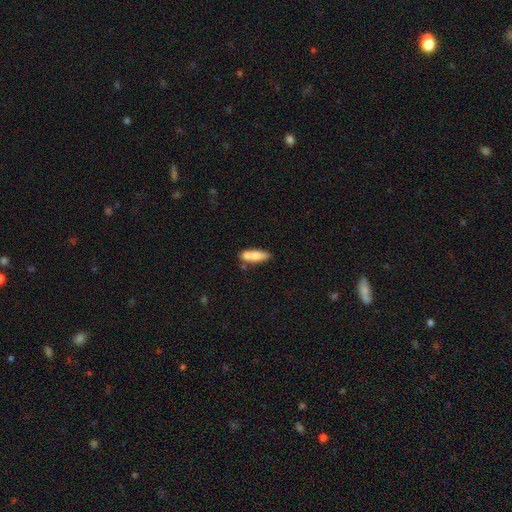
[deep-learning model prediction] Smooth or featured?
  - smooth: 72% *
  - featured or disk: 21%
  - star or artifact: 7%
How rounded?
  - in between: 52% *
  - cigar-shaped: 45%
  - round: 3%
Merging?
  - none: 49% *
  - merger: 30%
  - minor disturbance: 16%
  - major disturbance: 5%